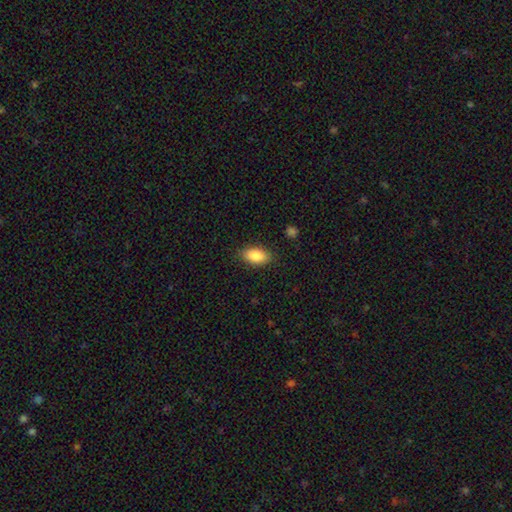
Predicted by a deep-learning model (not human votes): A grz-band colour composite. It shows a smooth galaxy with no disk features (86%) that is in between round and cigar-shaped (91%). Merging: none (86%).